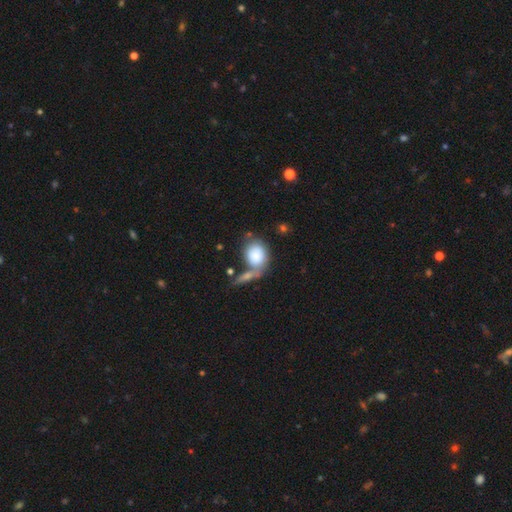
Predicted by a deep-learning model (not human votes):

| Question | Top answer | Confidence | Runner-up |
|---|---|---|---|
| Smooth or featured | smooth | 81% | featured or disk (12%) |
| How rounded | in between | 54% | round (44%) |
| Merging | none | 40% | merger (35%) |